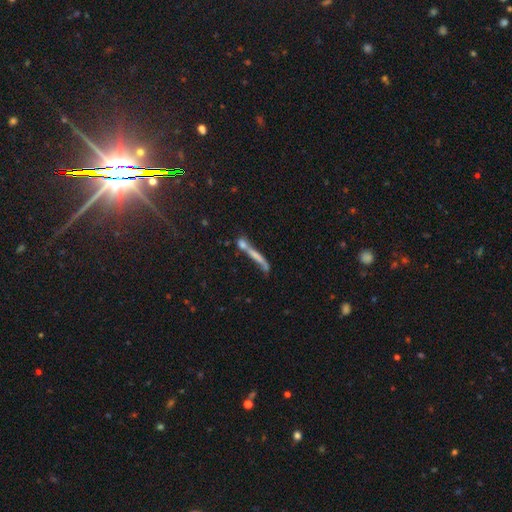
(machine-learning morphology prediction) Smooth or featured? Predicted: smooth (p=0.52). How rounded? Predicted: cigar-shaped (p=0.90). Merging? Predicted: merger (p=0.36, tied with none).